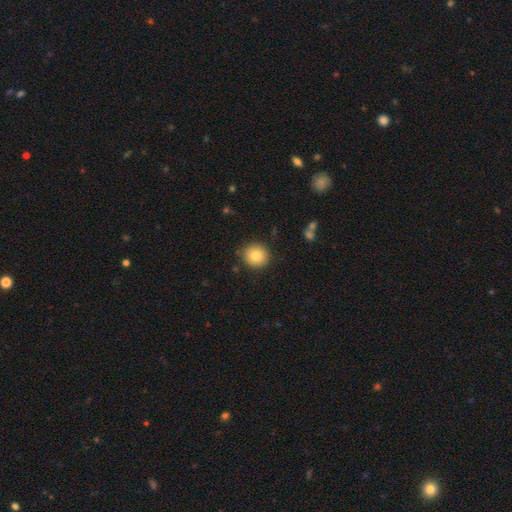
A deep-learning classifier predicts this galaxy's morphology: This is clearly a smooth galaxy (82%). How rounded: clearly round (92%). Merging: clearly none (89%).